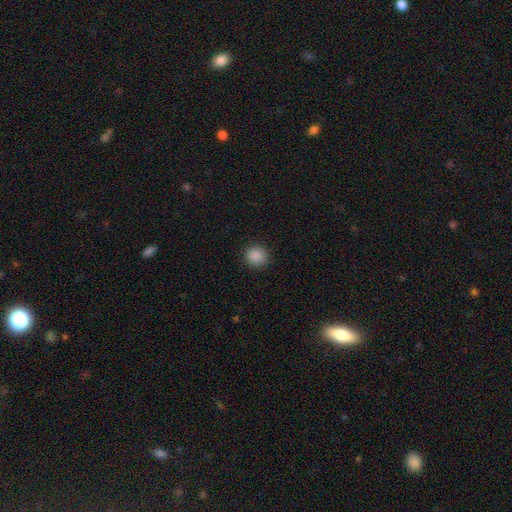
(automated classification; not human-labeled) Overall: smooth (88%). How rounded: round (87%). Merging: none (90%).